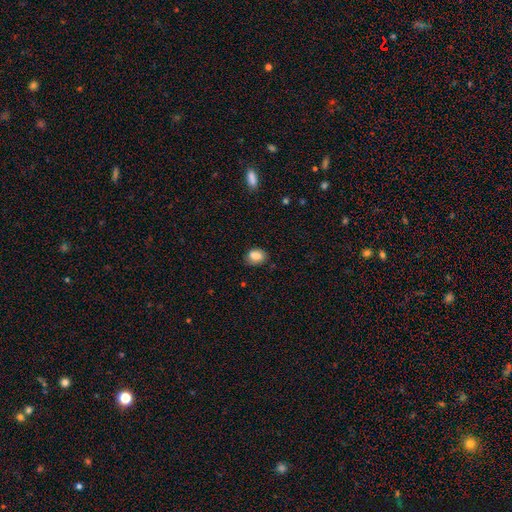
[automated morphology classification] Overall: smooth (80%). How rounded: in between (70%). Merging: none (70%).